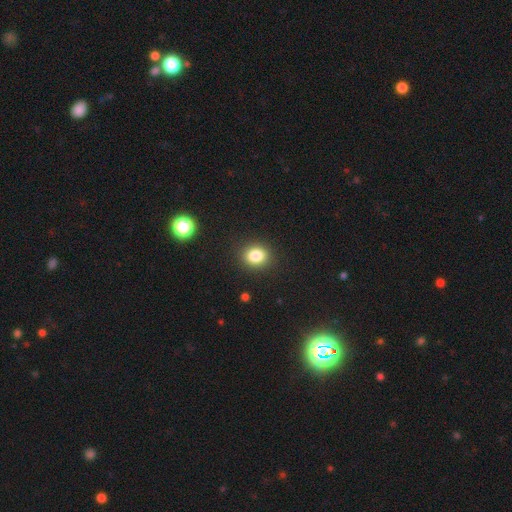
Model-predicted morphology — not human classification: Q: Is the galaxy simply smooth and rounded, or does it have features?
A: smooth — 83%.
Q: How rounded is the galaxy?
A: round — 62%.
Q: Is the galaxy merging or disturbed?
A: none — 89%.